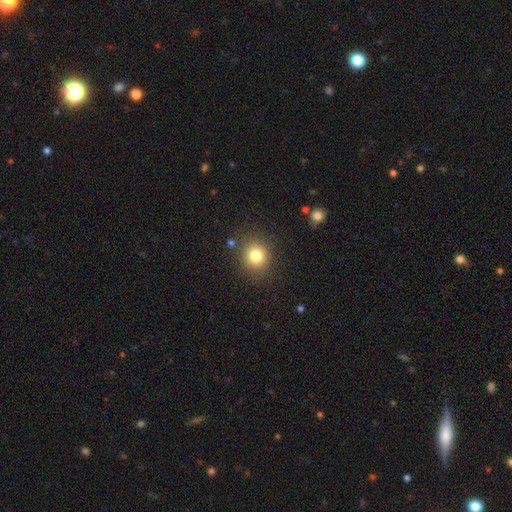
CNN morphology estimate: type=smooth (80%); roundness=round (84%); merging=none (85%).